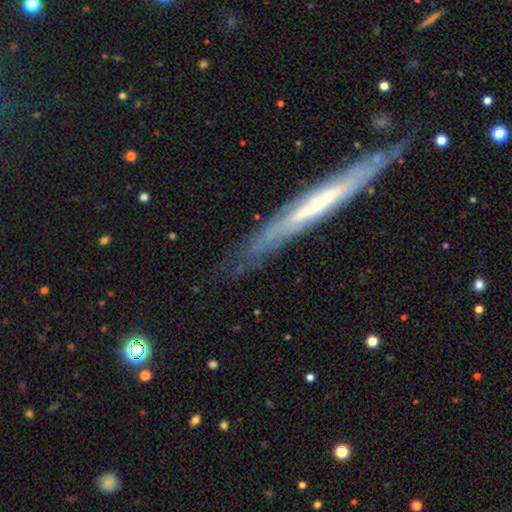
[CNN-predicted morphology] smooth-or-featured: featured or disk: 67% | smooth: 24% | star or artifact: 9%
  disk-edge-on: yes: 85% | no: 15%
    edge-on-bulge: none: 78% | rounded: 16% | boxy: 7%
  merging: none: 85% | minor disturbance: 12% | major disturbance: 2% | merger: 1%